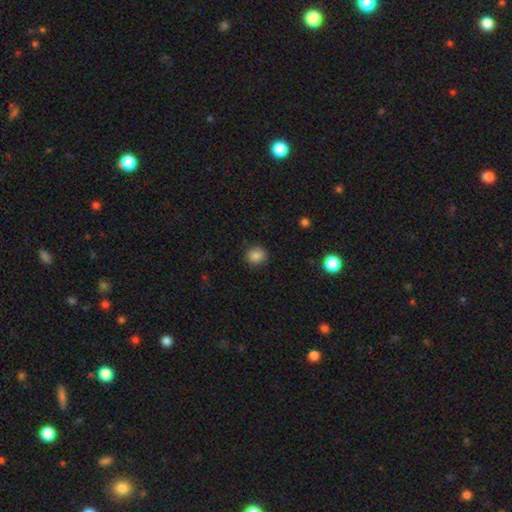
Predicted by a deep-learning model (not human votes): smooth_or_featured: smooth (p=0.85) [alt: star or artifact p=0.11]
how_rounded: round (p=0.77) [alt: in between p=0.23]
merging: none (p=0.88) [alt: minor disturbance p=0.08]